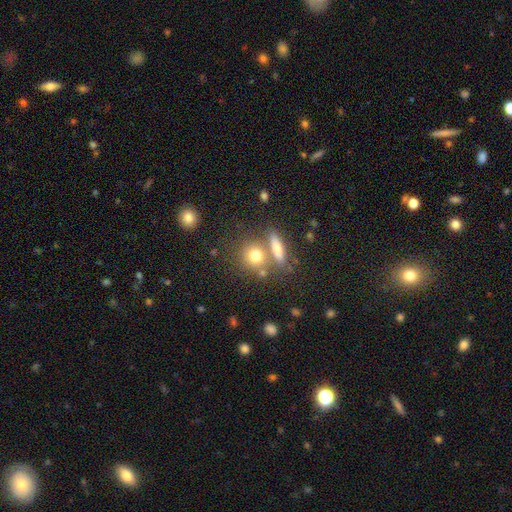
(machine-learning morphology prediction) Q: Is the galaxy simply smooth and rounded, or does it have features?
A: smooth — 75%.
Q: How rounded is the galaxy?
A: round — 74%.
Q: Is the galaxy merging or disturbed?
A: none — 59%.